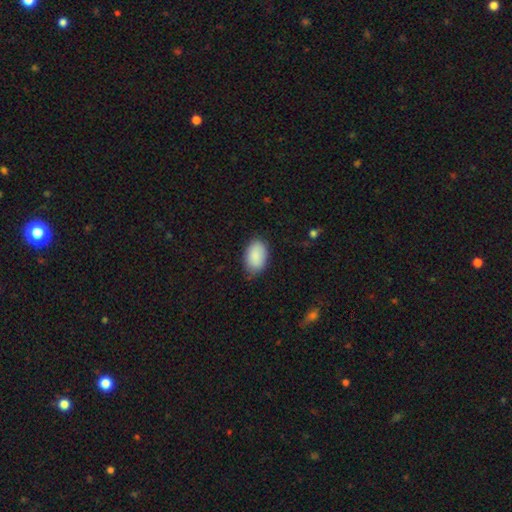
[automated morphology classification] Q: Smooth or featured?
A: smooth (90%); runner-up: star or artifact (6%)
Q: How rounded?
A: in between (93%); runner-up: round (6%)
Q: Merging?
A: none (78%); runner-up: minor disturbance (18%)